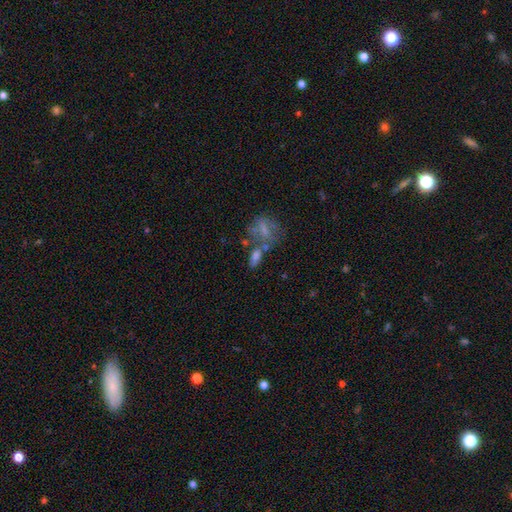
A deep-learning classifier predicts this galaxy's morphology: type=smooth (63%); roundness=in between (71%); merging=none (42%).